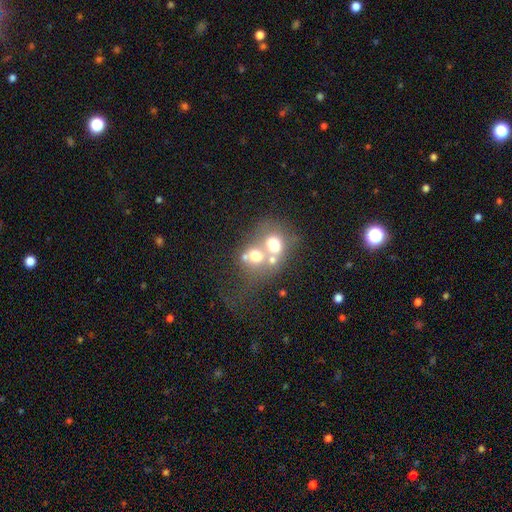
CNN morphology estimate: This is possibly a smooth galaxy (57%). How rounded: likely round (64%). Merging: likely merger (63%).